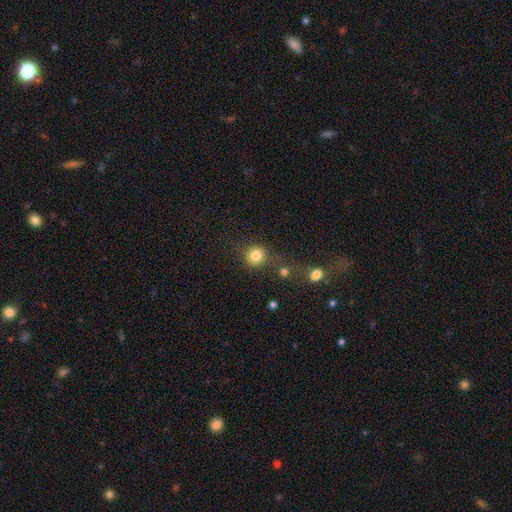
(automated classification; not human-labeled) The model was most divided on "merging": none: 72%, minor disturbance: 11%, merger: 11%, major disturbance: 6%. More confident: how rounded — round (89%); smooth or featured — smooth (81%).